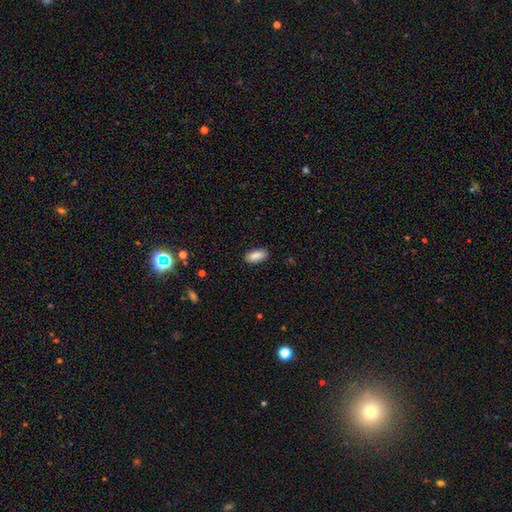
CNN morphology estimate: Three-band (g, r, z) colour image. It shows a smooth galaxy with no disk features (89%) that is in between round and cigar-shaped (86%). Merging: none (87%).